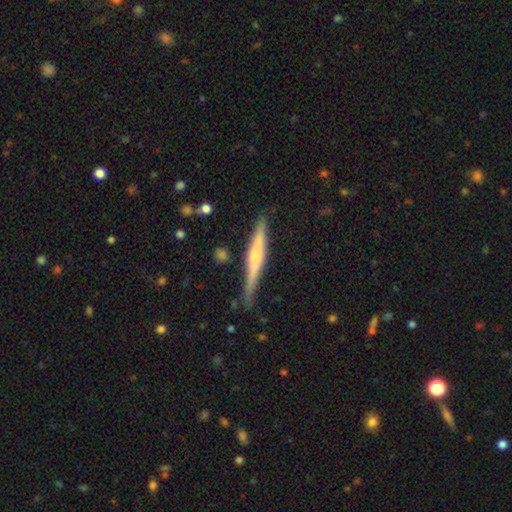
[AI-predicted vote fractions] smooth_or_featured: featured or disk (p=0.57) [alt: smooth p=0.37]
disk_edge_on: yes (p=0.97) [alt: no p=0.03]
edge_on_bulge: rounded (p=0.51) [alt: none p=0.30]
merging: none (p=0.81) [alt: minor disturbance p=0.14]